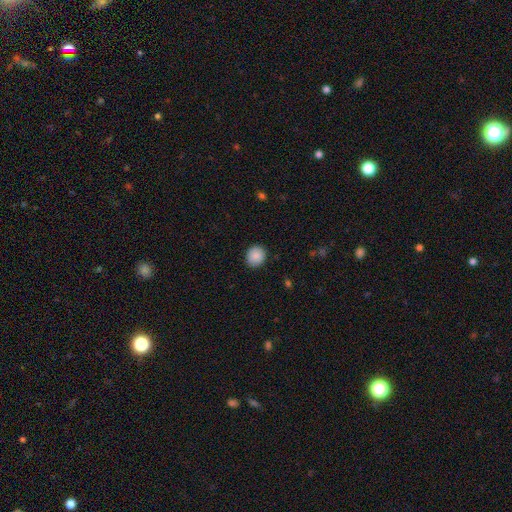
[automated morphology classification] Smooth or featured? smooth (88%)
How rounded? round (80%)
Merging? none (89%)